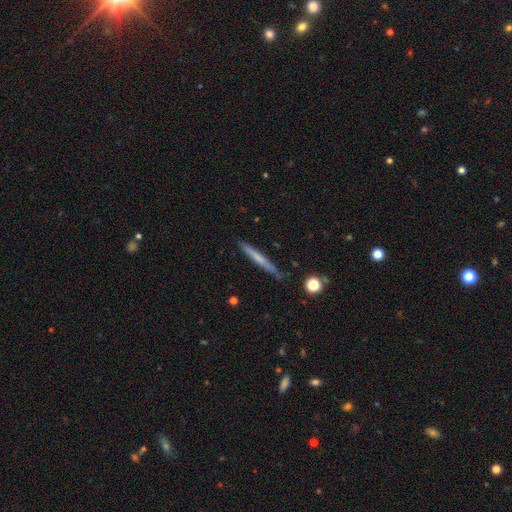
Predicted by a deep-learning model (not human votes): Smooth or featured?
  - smooth: 52% *
  - featured or disk: 41%
  - star or artifact: 7%
How rounded?
  - cigar-shaped: 96% *
  - in between: 2%
  - round: 2%
Merging?
  - none: 88% *
  - minor disturbance: 9%
  - major disturbance: 2%
  - merger: 2%